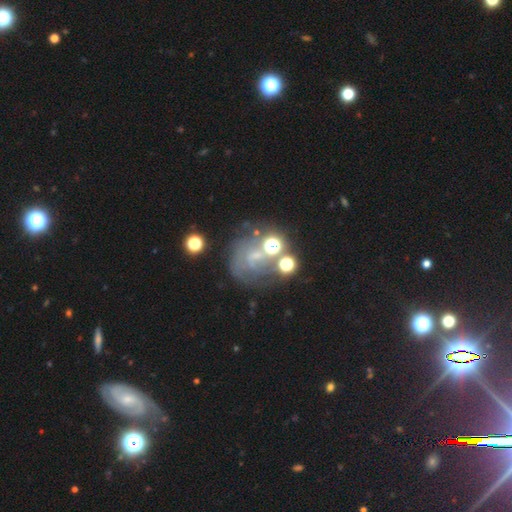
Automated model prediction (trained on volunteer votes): This is possibly a featured or disk galaxy (45%). Merging: marginally none (43%).